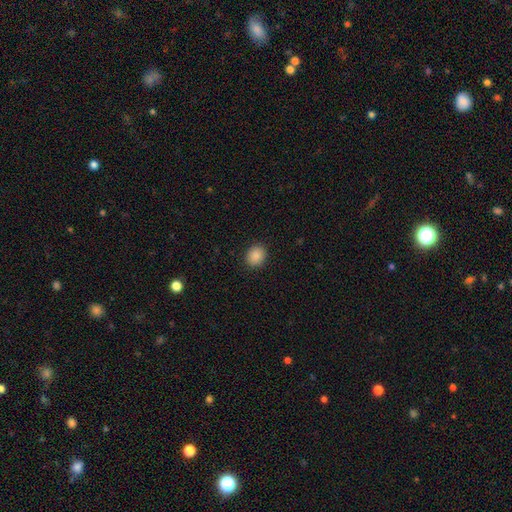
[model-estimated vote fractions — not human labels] A smooth galaxy with no disk features (88%) that is round (60%). Merging: none (90%).